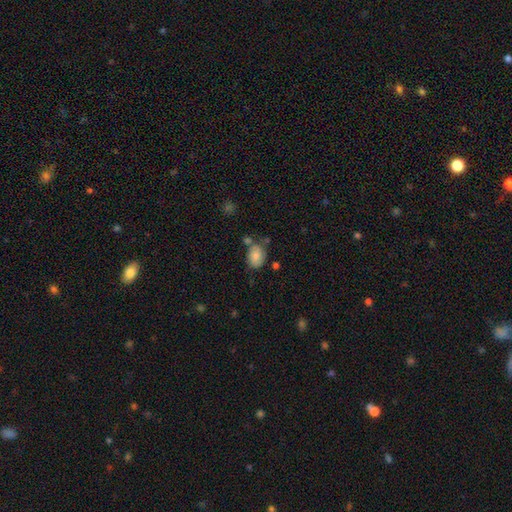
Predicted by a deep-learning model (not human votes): A smooth galaxy with no disk features (78%) that is in between round and cigar-shaped (76%).

Vote fractions:
- Smooth or featured? smooth: 78% / featured or disk: 14% / star or artifact: 8%
- How rounded? in between: 76% / round: 23% / cigar-shaped: 1%
- Merging? none: 56% / minor disturbance: 23% / merger: 14% / major disturbance: 7%